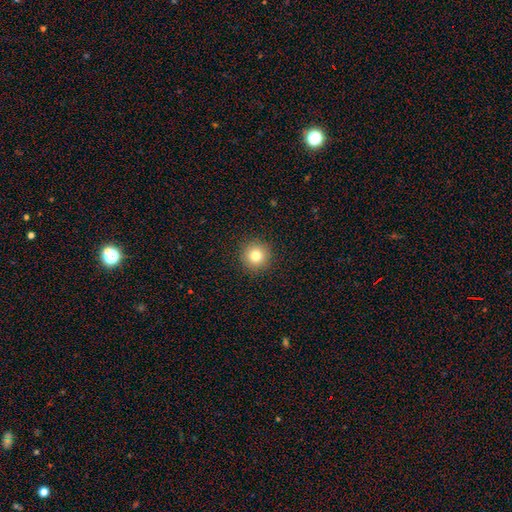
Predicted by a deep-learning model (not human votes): Overall: smooth (81%). How rounded: round (95%). Merging: none (92%).